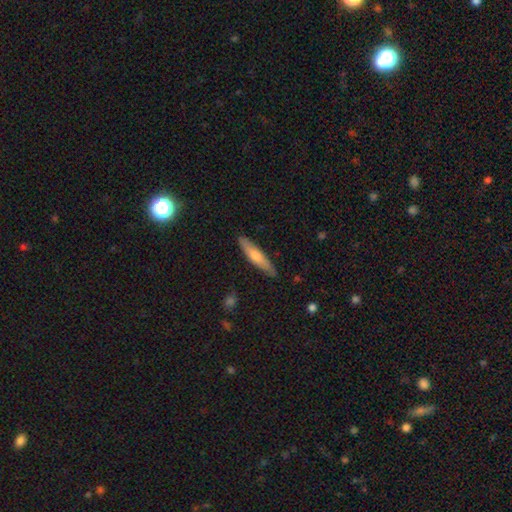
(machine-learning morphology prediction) Smooth or featured? Predicted: smooth (p=0.59). How rounded? Predicted: cigar-shaped (p=0.84). Merging? Predicted: none (p=0.87).